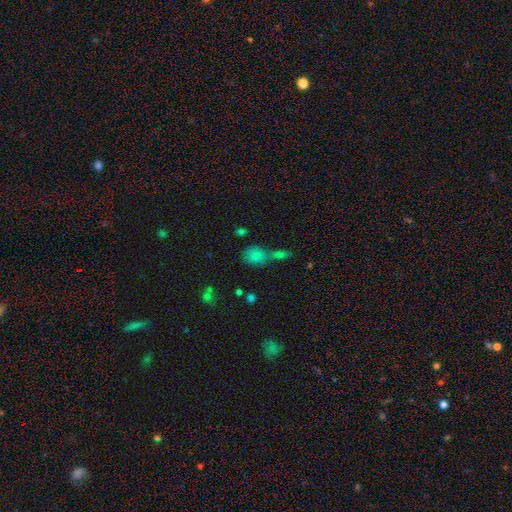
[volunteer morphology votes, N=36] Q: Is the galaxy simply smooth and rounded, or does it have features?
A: smooth — 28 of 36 (78%).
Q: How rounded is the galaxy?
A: round — 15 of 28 (54%).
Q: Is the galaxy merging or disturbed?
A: none — 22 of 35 (63%).